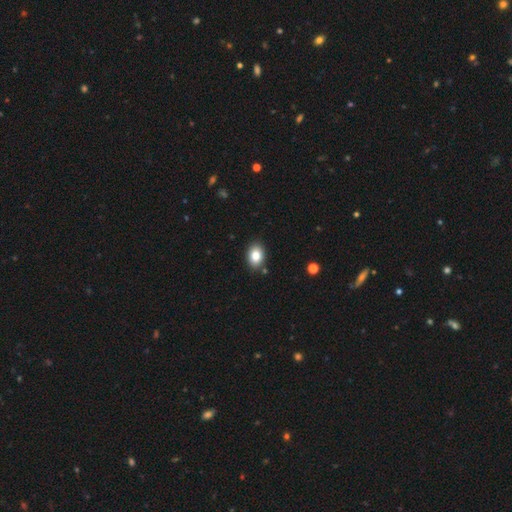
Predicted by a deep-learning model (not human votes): Smooth or featured: smooth — 84% (star or artifact — 8%)
How rounded: in between — 79% (round — 20%)
Merging: none — 87% (minor disturbance — 9%)